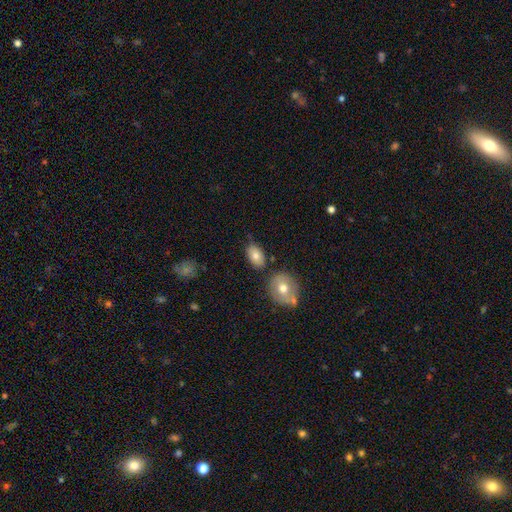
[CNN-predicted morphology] The model was most divided on "merging": none: 72%, minor disturbance: 15%, merger: 10%, major disturbance: 4%. More confident: how rounded — in between (87%); smooth or featured — smooth (78%).